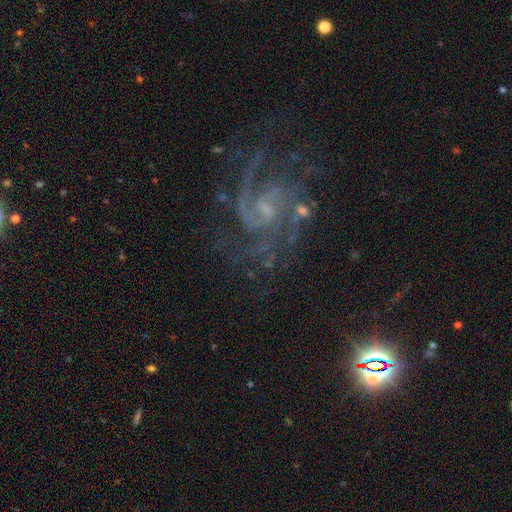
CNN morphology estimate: Overall: featured or disk (84%). Edge-on disk: no (98%). Bar: no (50%; weak 41%). Spiral arms: yes (97%). Spiral arm count: 2 (46%; 3 18%). Spiral winding: medium (53%; tight 32%). Bulge size: small (67%). Merging: none (66%).